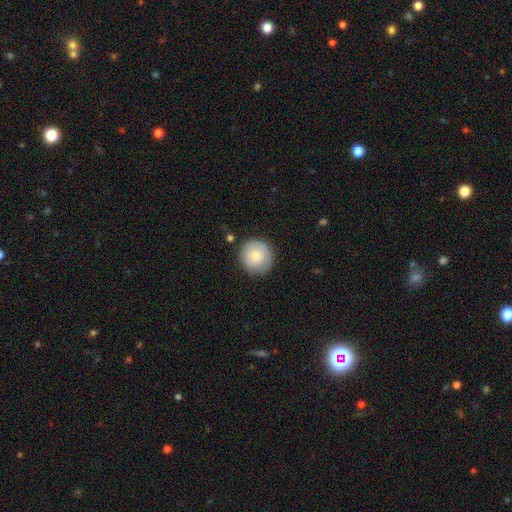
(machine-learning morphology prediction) smooth_or_featured: smooth (p=0.75) [alt: featured or disk p=0.19]
how_rounded: round (p=0.92) [alt: in between p=0.07]
merging: none (p=0.80) [alt: minor disturbance p=0.15]